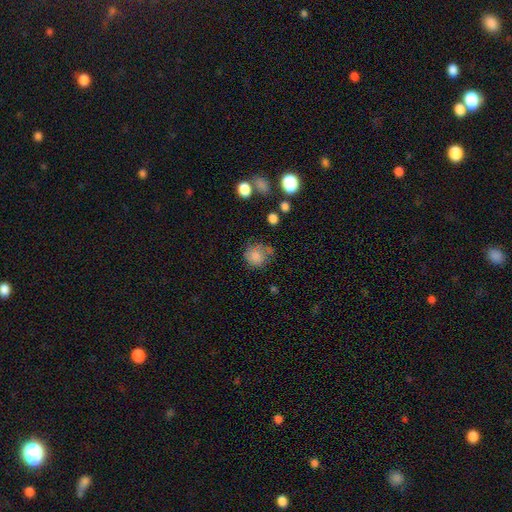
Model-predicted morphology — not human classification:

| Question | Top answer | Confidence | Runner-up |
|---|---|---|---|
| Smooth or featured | smooth | 76% | featured or disk (13%) |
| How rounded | round | 78% | in between (21%) |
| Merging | none | 54% | minor disturbance (26%) |